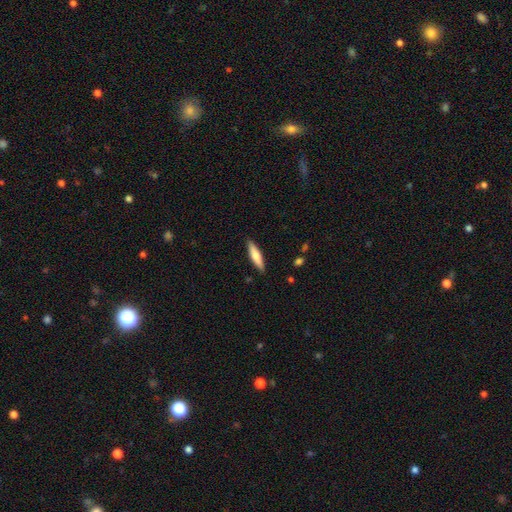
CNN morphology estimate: smooth-or-featured: smooth: 64% | featured or disk: 31% | star or artifact: 5%
  how-rounded: cigar-shaped: 75% | in between: 24% | round: 2%
  merging: none: 88% | minor disturbance: 9% | major disturbance: 2% | merger: 1%